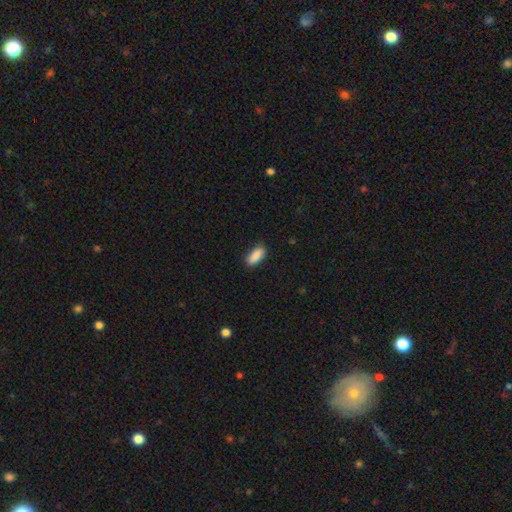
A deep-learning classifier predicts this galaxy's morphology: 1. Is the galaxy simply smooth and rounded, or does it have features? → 90% smooth, 7% star or artifact, 4% featured or disk.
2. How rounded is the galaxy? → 84% in between, 14% cigar-shaped, 2% round.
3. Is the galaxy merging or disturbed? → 84% none, 13% minor disturbance, 2% major disturbance, 1% merger.